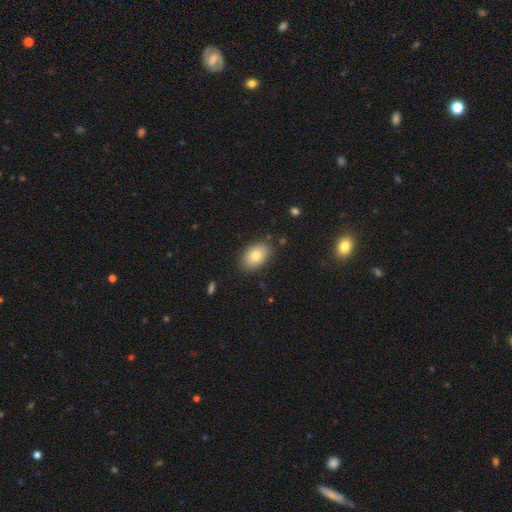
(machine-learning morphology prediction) Smooth or featured? Predicted: smooth (p=0.77). How rounded? Predicted: in between (p=0.87). Merging? Predicted: none (p=0.85).